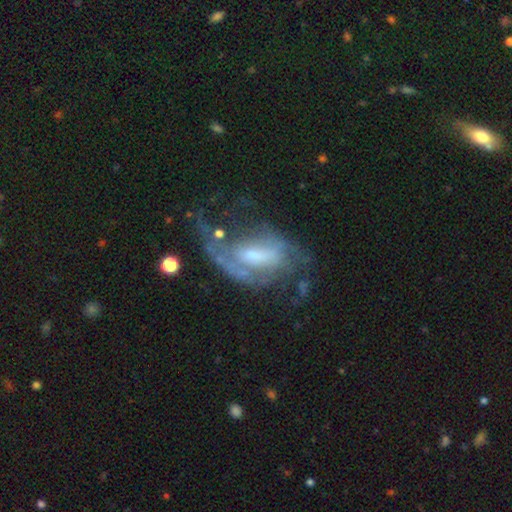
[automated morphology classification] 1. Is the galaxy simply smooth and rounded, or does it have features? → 77% featured or disk, 15% smooth, 8% star or artifact.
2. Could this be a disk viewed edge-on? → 94% no, 6% yes.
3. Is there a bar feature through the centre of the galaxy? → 46% weak, 30% no, 25% strong.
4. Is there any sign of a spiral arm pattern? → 79% yes, 21% no.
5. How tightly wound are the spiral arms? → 41% medium, 39% loose, 21% tight.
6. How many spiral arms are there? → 49% 2, 23% can't tell, 17% 1, 6% 3, 3% 4, 2% more than 4.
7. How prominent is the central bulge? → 38% small (tied), 38% moderate (tied), 13% none, 9% large, 2% dominant.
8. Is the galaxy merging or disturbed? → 38% major disturbance, 37% none, 20% minor disturbance, 6% merger.